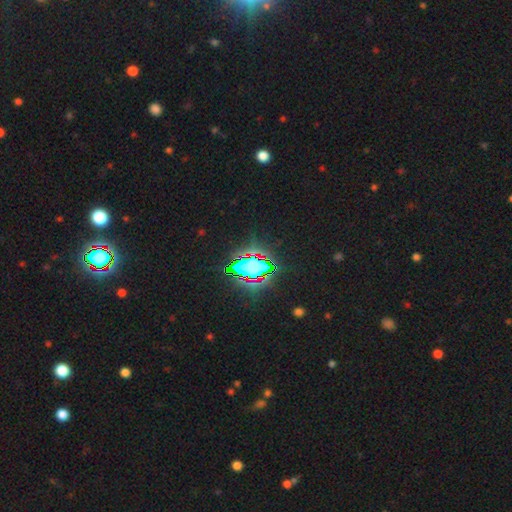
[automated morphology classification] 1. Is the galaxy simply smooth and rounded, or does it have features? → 83% star or artifact, 10% smooth, 7% featured or disk.